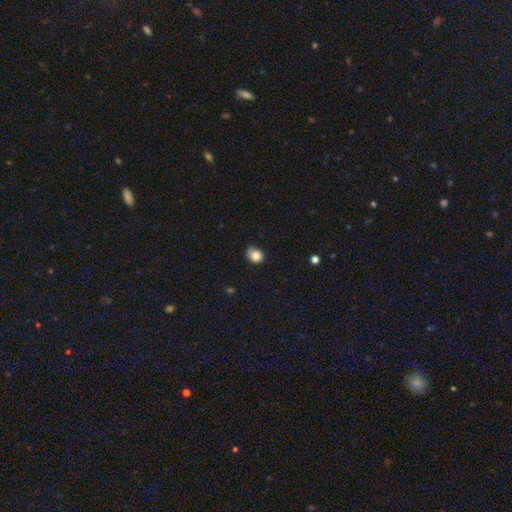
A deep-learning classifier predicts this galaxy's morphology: Smooth or featured? smooth (82%)
How rounded? round (67%)
Merging? none (52%)